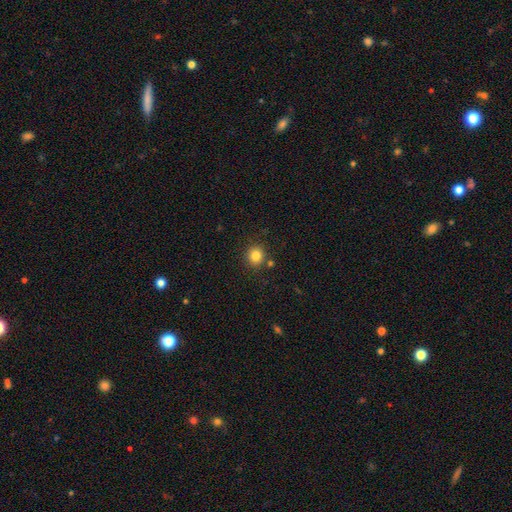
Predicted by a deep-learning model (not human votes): Smooth or featured?
  - smooth: 83% *
  - star or artifact: 12%
  - featured or disk: 5%
How rounded?
  - round: 89% *
  - in between: 10%
  - cigar-shaped: 1%
Merging?
  - none: 85% *
  - minor disturbance: 7%
  - merger: 5%
  - major disturbance: 2%